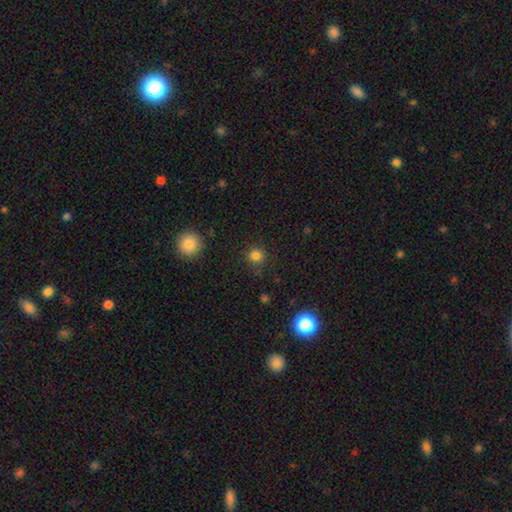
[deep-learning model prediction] A smooth galaxy with no disk features (81%) that is round (93%).

Vote fractions:
- Smooth or featured? smooth: 81% / star or artifact: 15% / featured or disk: 4%
- How rounded? round: 93% / in between: 6% / cigar-shaped: 1%
- Merging? none: 84% / minor disturbance: 10% / major disturbance: 4% / merger: 2%